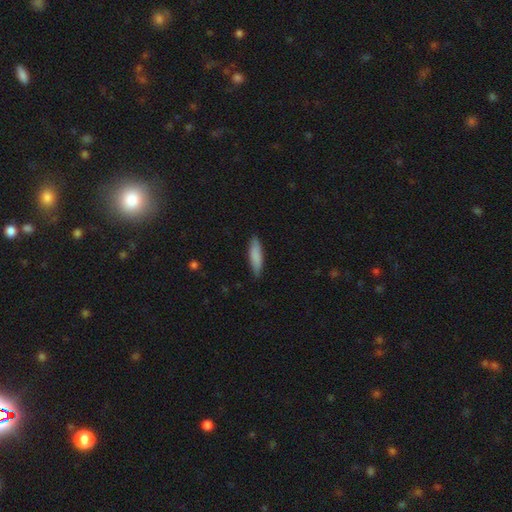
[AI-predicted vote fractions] Smooth or featured?
  - smooth: 83% *
  - featured or disk: 11%
  - star or artifact: 6%
How rounded?
  - cigar-shaped: 67% *
  - in between: 32%
  - round: 1%
Merging?
  - none: 84% *
  - minor disturbance: 13%
  - major disturbance: 2%
  - merger: 1%